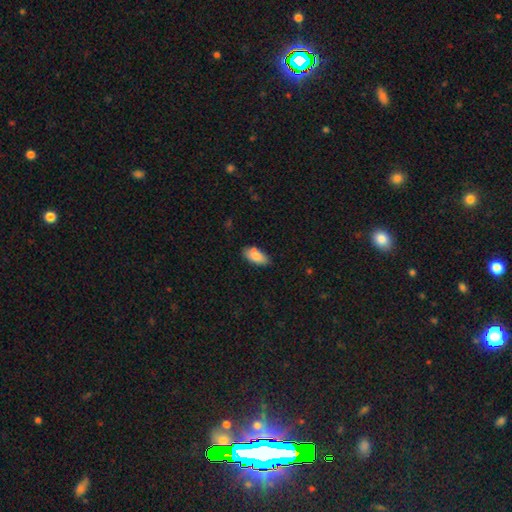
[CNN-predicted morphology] Smooth or featured? Predicted: smooth (p=0.83). How rounded? Predicted: in between (p=0.90). Merging? Predicted: none (p=0.70).